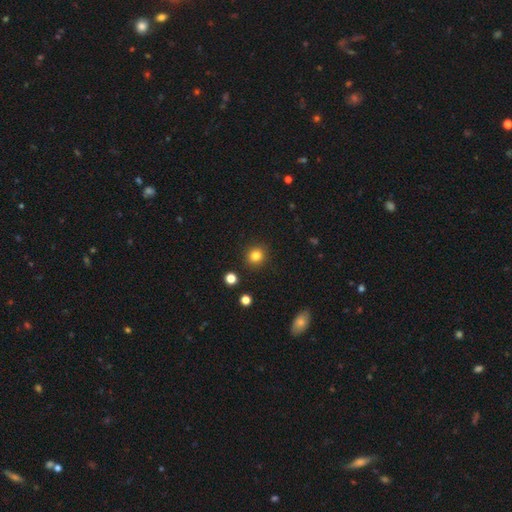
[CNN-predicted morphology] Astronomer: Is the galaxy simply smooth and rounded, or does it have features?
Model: smooth — 82%.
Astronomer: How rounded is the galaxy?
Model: round — 88%.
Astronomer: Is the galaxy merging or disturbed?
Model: none — 90%.